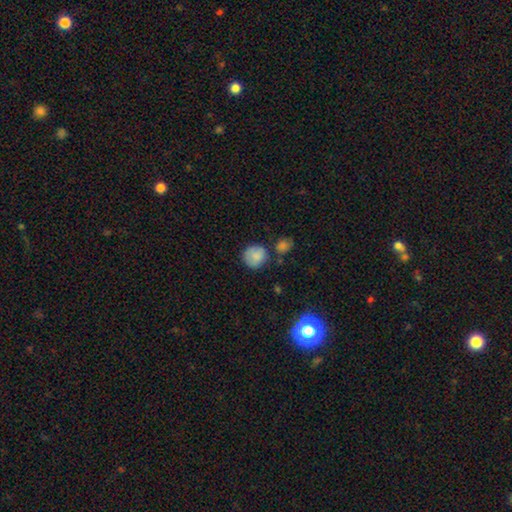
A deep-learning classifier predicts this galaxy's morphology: This appears to be a smooth galaxy with no disk features (83%) that is round (88%). Merging: none (67%).